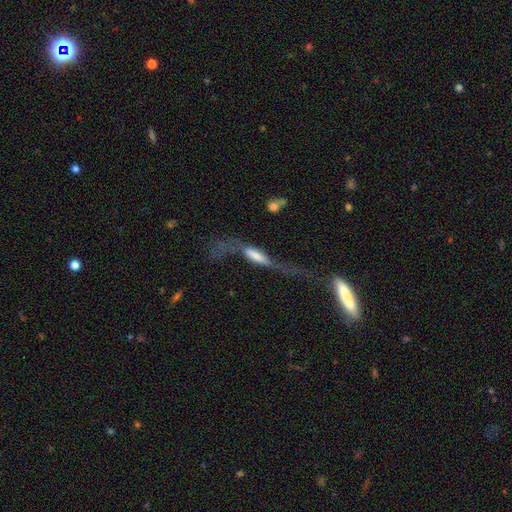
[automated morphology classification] featured or disk 49%, smooth 43%, star or artifact 8%. Down the decision tree: merging — major disturbance (55%).